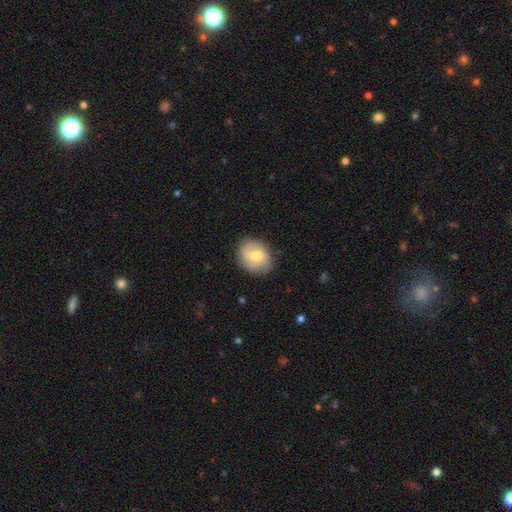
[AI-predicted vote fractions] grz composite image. It shows a smooth galaxy with no disk features (67%) that is in between round and cigar-shaped (50%). Merging: none (75%).